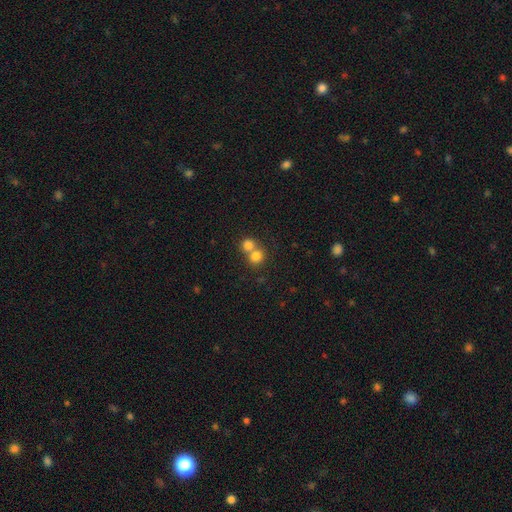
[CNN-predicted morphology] Overall: smooth (79%). How rounded: round (83%). Merging: merger (54%; none 39%).